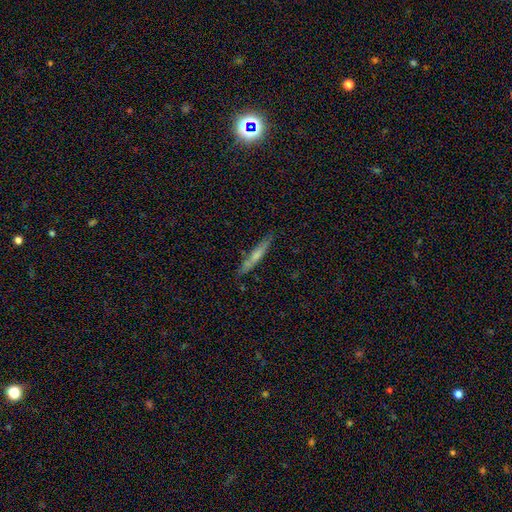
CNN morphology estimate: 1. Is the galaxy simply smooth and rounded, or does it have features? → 57% smooth, 36% featured or disk, 7% star or artifact.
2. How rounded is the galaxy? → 93% cigar-shaped, 6% in between, 1% round.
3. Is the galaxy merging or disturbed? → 81% none, 13% minor disturbance, 4% merger, 2% major disturbance.